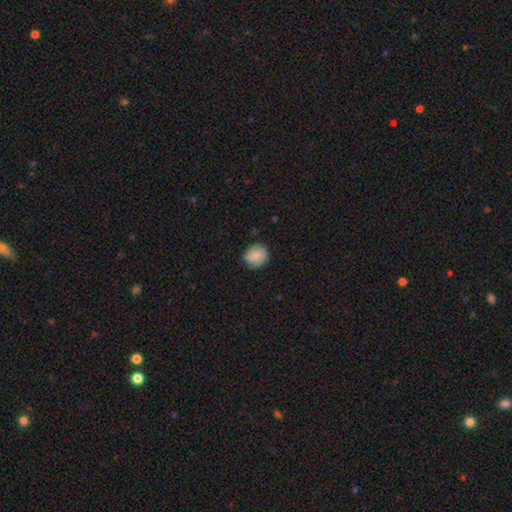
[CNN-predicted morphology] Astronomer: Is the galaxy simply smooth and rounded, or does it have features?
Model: smooth — 76%.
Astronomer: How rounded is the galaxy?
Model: round — 76%.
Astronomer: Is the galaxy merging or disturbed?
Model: none — 75%.